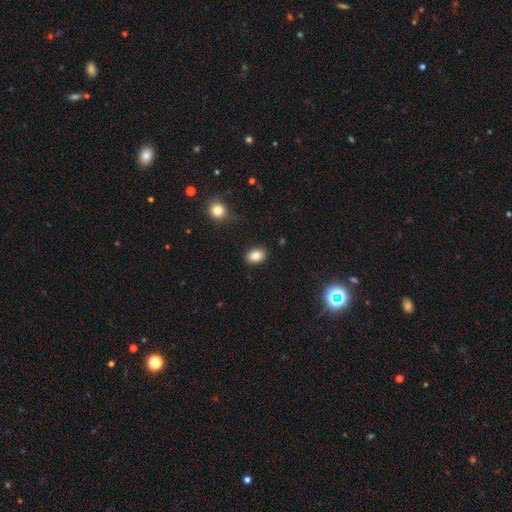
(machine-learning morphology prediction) Smooth or featured: smooth — 85% (star or artifact — 9%)
How rounded: in between — 78% (round — 21%)
Merging: none — 87% (minor disturbance — 9%)